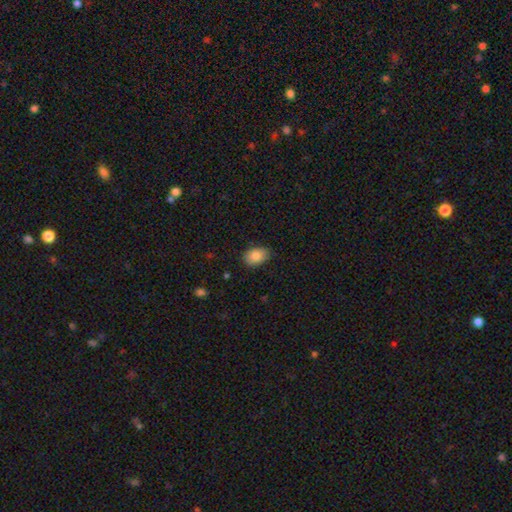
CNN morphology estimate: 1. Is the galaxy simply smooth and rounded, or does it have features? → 87% smooth, 7% star or artifact, 6% featured or disk.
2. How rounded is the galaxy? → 81% in between, 18% round, 1% cigar-shaped.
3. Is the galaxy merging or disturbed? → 79% none, 17% minor disturbance, 3% major disturbance, 1% merger.